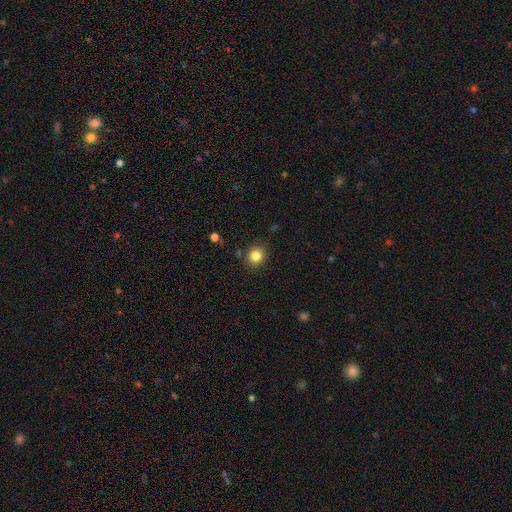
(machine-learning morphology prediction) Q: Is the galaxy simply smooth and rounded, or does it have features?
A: smooth — 83%.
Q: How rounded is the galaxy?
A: round — 85%.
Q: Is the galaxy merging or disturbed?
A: none — 87%.